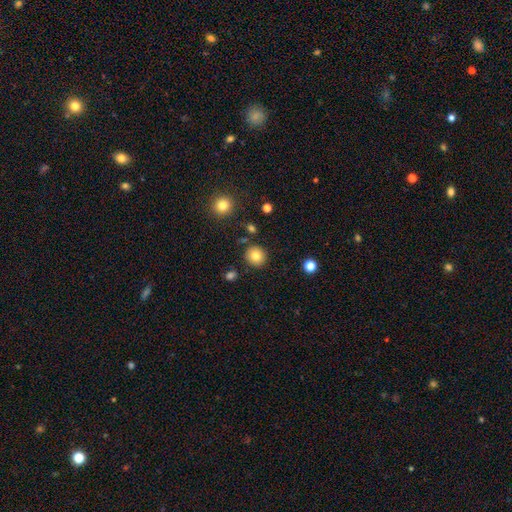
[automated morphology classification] A smooth galaxy with no disk features (82%) that is round (92%). Merging: none (88%).